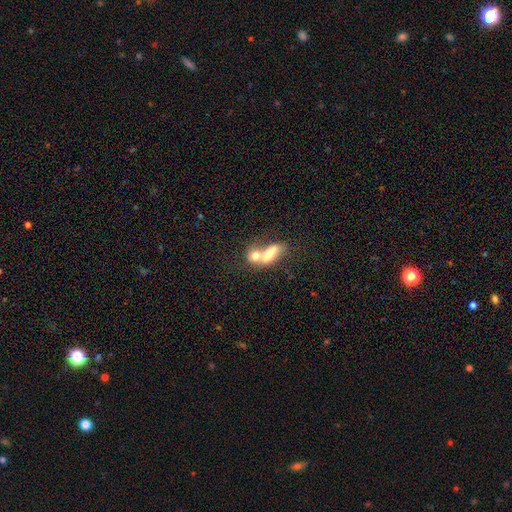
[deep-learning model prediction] smooth-or-featured: smooth: 67% | featured or disk: 25% | star or artifact: 8%
  how-rounded: in between: 65% | round: 25% | cigar-shaped: 9%
  merging: merger: 75% | none: 14% | minor disturbance: 5% | major disturbance: 5%